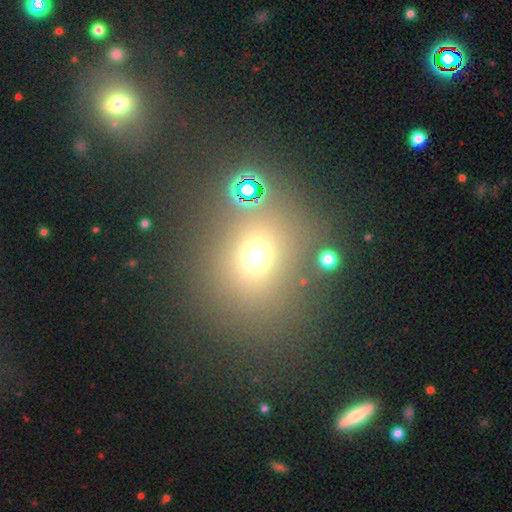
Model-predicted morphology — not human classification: Overall: smooth (68%). How rounded: round (68%; in between 31%). Merging: none (72%).